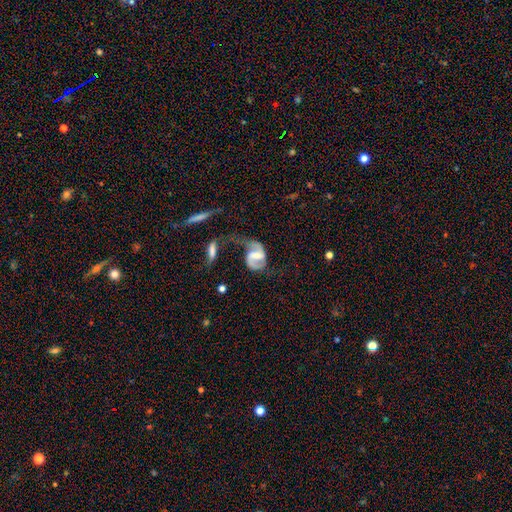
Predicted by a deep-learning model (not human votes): This appears to be a featured or disk galaxy (84%) with a weak bar (44%), 2 (85%) medium (45%) spiral arms (93%) and a moderate central bulge (43%). Merging: none (40%).